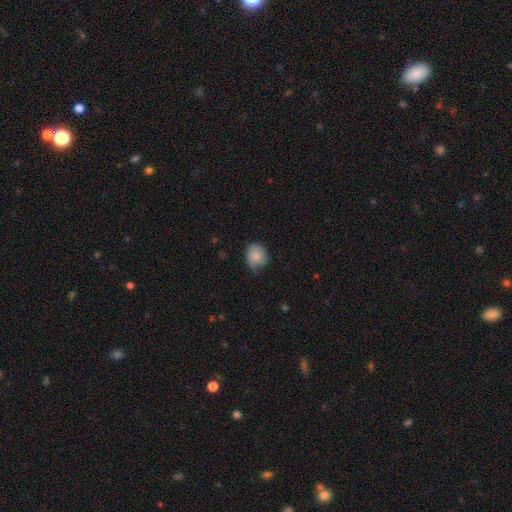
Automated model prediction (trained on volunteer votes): Smooth or featured? Predicted: smooth (p=0.74). How rounded? Predicted: round (p=0.55). Merging? Predicted: none (p=0.52).